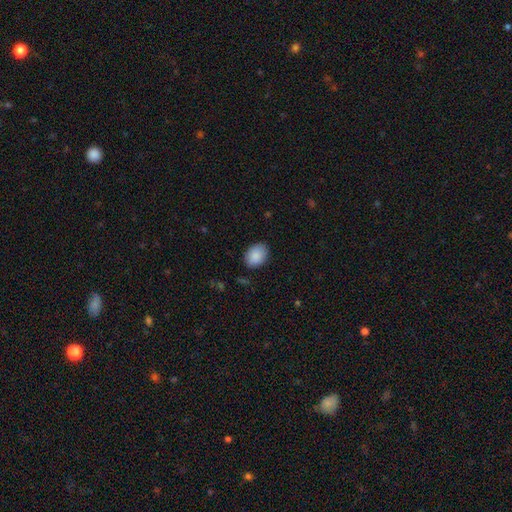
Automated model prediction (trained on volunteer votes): Morphology: type=smooth (89%); roundness=in between (71%); merging=none (85%).